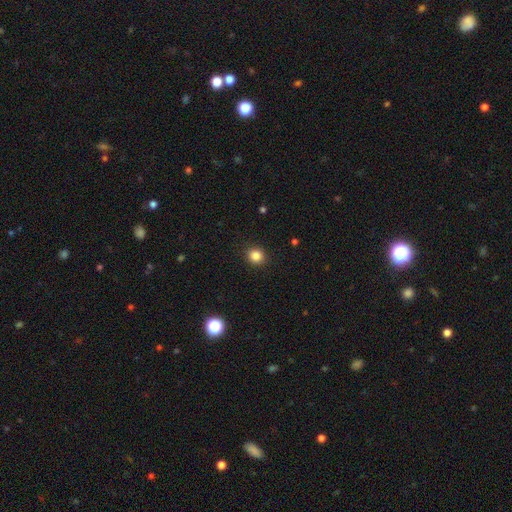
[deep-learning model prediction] A smooth galaxy with no disk features (85%) that is round (85%). Merging: none (91%).